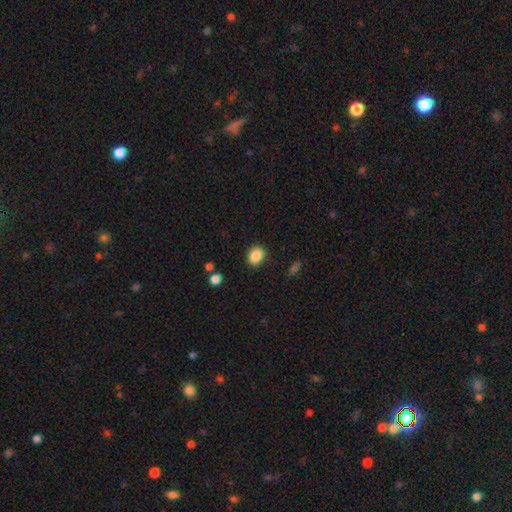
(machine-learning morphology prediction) type=smooth (87%); roundness=in between (51%); merging=none (85%).